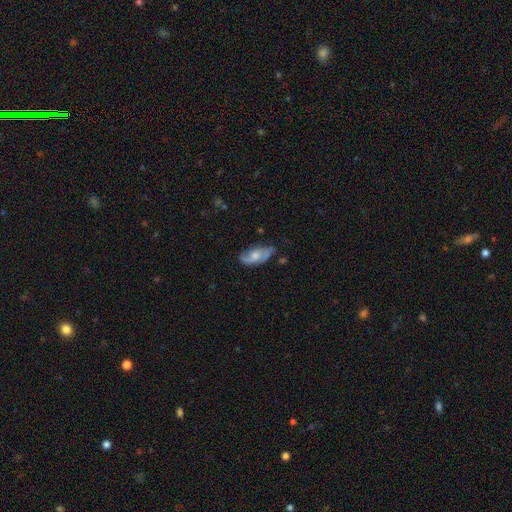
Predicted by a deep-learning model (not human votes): A featured or disk galaxy (56%).

Vote fractions:
- Smooth or featured? featured or disk: 56% / smooth: 37% / star or artifact: 7%
- Edge-on disk? no: 88% / yes: 12%
- Merging? none: 61% / minor disturbance: 27% / major disturbance: 9% / merger: 3%